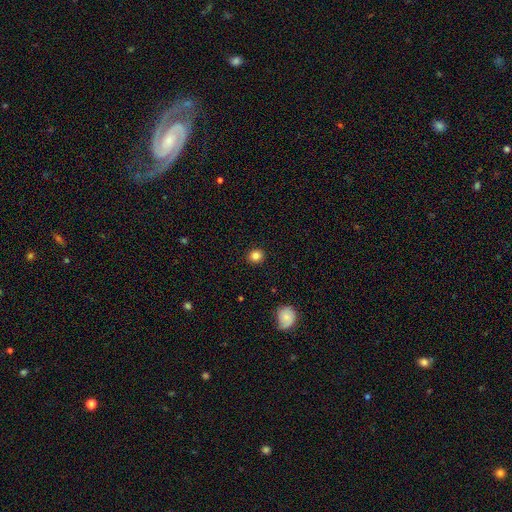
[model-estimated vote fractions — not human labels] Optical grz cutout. It shows a smooth galaxy with no disk features (84%) that is round (84%). Merging: none (91%).